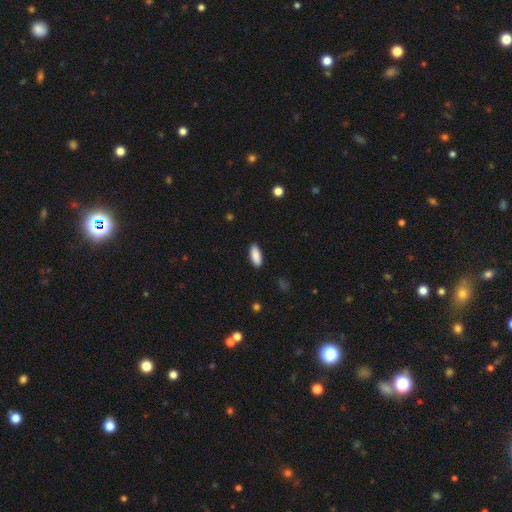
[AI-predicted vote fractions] smooth 90%, star or artifact 6%, featured or disk 4%. Down the decision tree: how rounded — in between (81%); merging — none (89%).